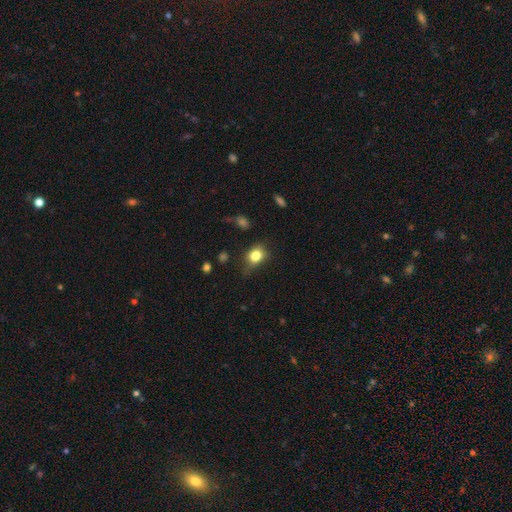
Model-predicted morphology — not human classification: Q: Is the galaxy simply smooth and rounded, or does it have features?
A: smooth — 80%.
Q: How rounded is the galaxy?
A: in between — 52%.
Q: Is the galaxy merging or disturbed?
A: none — 65%.